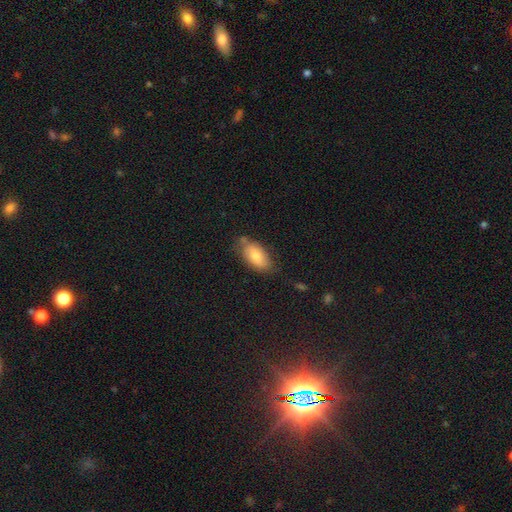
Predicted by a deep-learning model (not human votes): The model was most divided on "merging": none: 67%, minor disturbance: 23%, major disturbance: 5%, merger: 4%. More confident: how rounded — in between (92%); smooth or featured — smooth (70%).